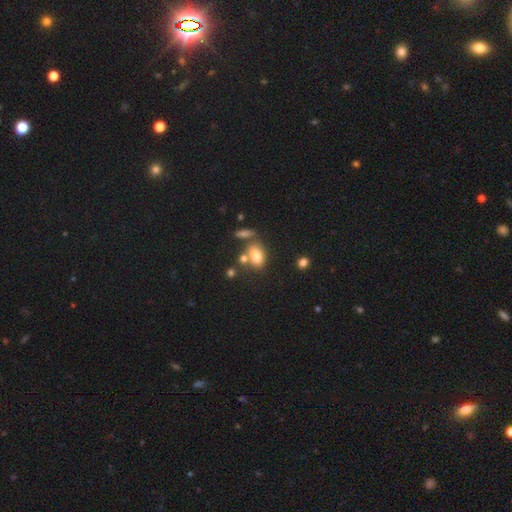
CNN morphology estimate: Smooth or featured?
  - smooth: 79% *
  - featured or disk: 11%
  - star or artifact: 10%
How rounded?
  - in between: 84% *
  - round: 13%
  - cigar-shaped: 3%
Merging?
  - none: 51% *
  - merger: 27%
  - minor disturbance: 16%
  - major disturbance: 7%